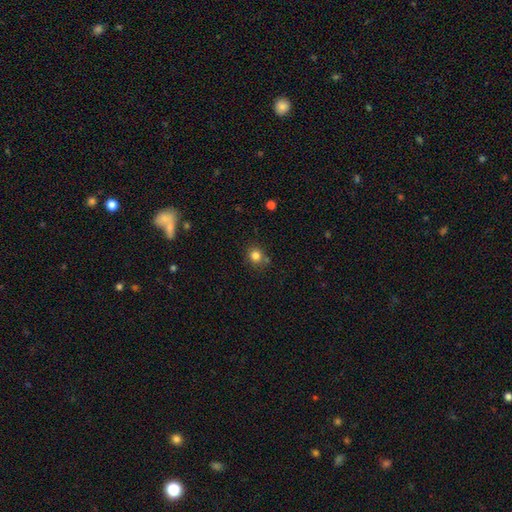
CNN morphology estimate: smooth-or-featured: smooth: 82% | star or artifact: 12% | featured or disk: 5%
  how-rounded: round: 87% | in between: 12% | cigar-shaped: 1%
  merging: none: 77% | minor disturbance: 11% | merger: 9% | major disturbance: 3%